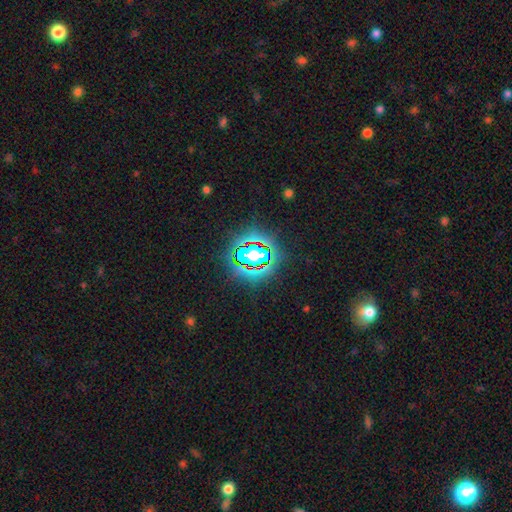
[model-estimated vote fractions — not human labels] smooth_or_featured: star or artifact (p=0.83) [alt: smooth p=0.10]